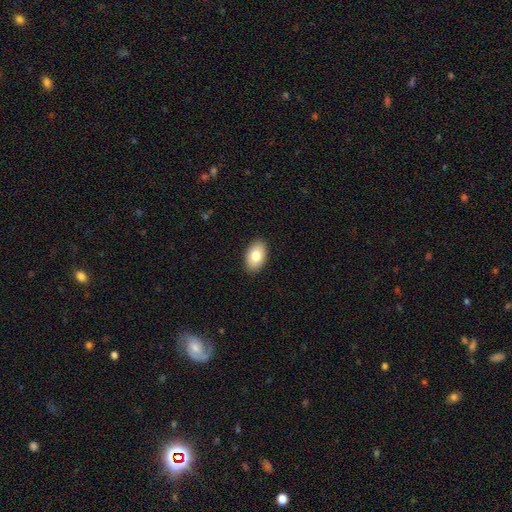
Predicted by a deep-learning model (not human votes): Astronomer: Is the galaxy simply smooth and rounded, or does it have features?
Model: smooth — 80%.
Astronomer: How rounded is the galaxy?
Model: in between — 91%.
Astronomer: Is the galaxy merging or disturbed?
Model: none — 90%.